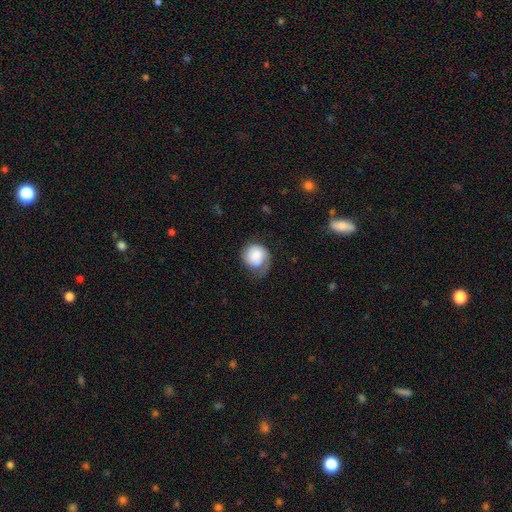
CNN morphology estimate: type=smooth (62%); roundness=round (77%); merging=none (43%).